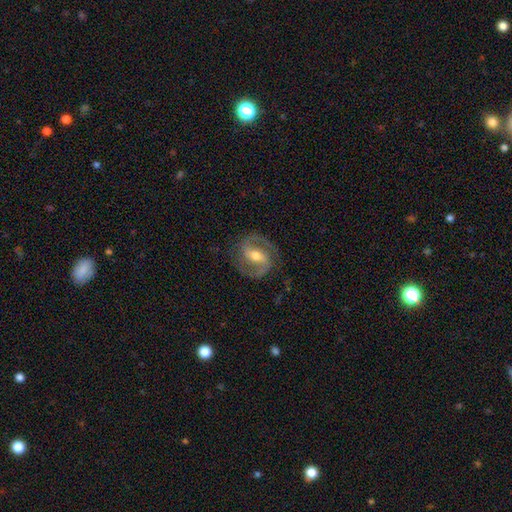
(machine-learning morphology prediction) Overall: featured or disk (90%). Edge-on disk: no (97%). Bar: strong (50%; weak 36%). Spiral arms: yes (97%). Spiral arm count: 2 (93%). Spiral winding: medium (59%; tight 29%). Bulge size: moderate (63%; small 32%). Merging: none (84%).